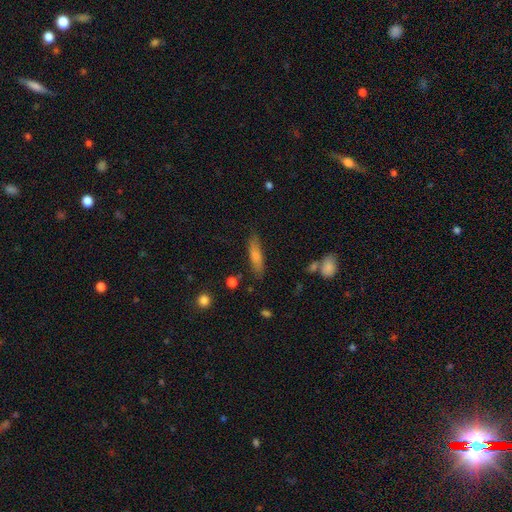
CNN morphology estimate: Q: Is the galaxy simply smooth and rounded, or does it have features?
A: smooth — 76%.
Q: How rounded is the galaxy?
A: cigar-shaped — 70%.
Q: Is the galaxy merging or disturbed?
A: none — 79%.